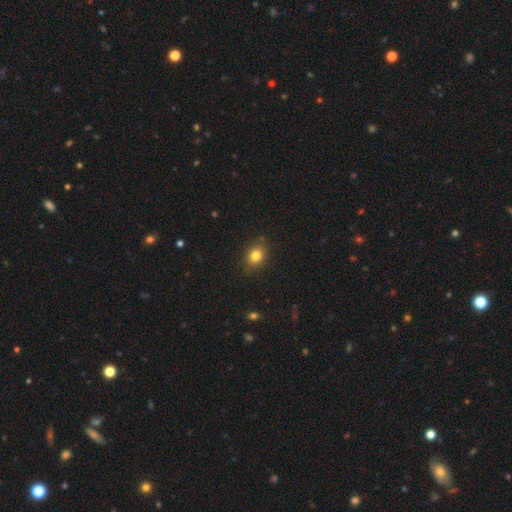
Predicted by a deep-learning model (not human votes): Overall: smooth (81%). How rounded: in between (52%; round 46%). Merging: none (82%).